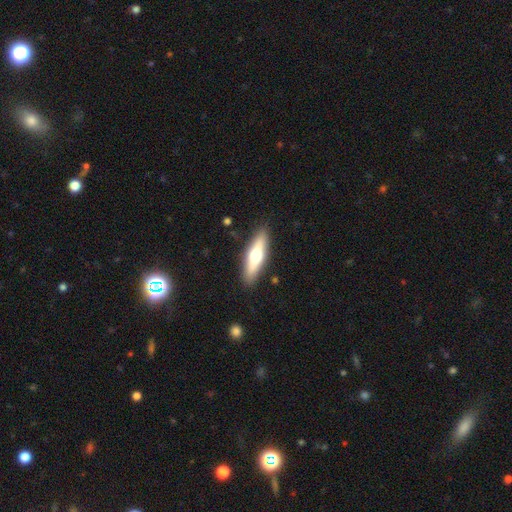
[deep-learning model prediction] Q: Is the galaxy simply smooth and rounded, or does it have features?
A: smooth — 52%.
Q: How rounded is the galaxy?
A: cigar-shaped — 65%.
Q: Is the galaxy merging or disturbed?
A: none — 88%.